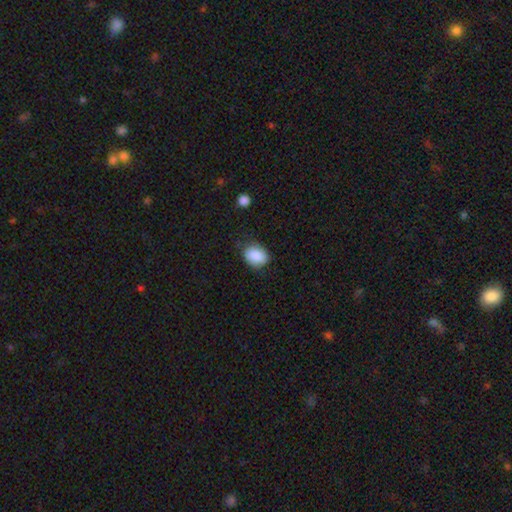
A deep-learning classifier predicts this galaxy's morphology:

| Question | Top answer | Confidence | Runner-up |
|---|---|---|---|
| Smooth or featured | smooth | 88% | star or artifact (7%) |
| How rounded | in between | 70% | round (29%) |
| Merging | none | 72% | minor disturbance (21%) |